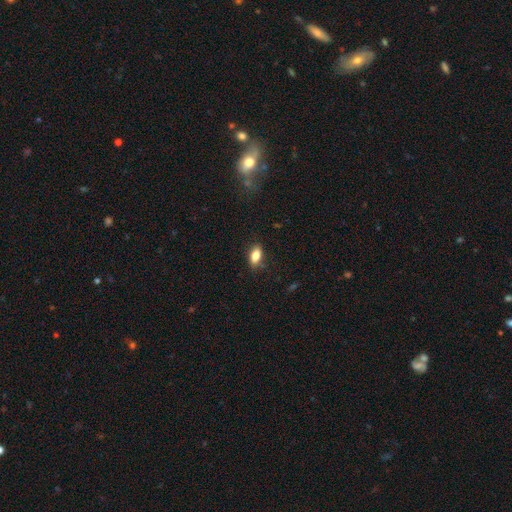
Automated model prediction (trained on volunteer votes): The model was most divided on "merging": none: 83%, minor disturbance: 13%, major disturbance: 3%, merger: 1%. More confident: how rounded — in between (87%); smooth or featured — smooth (82%).